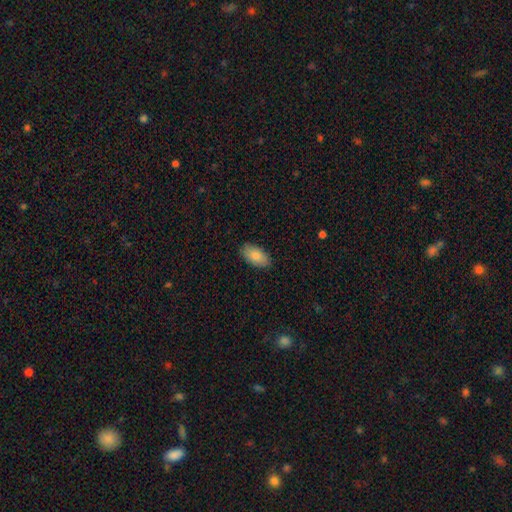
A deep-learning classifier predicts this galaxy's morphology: This is clearly a smooth galaxy (83%). How rounded: clearly in between (94%). Merging: clearly none (87%).